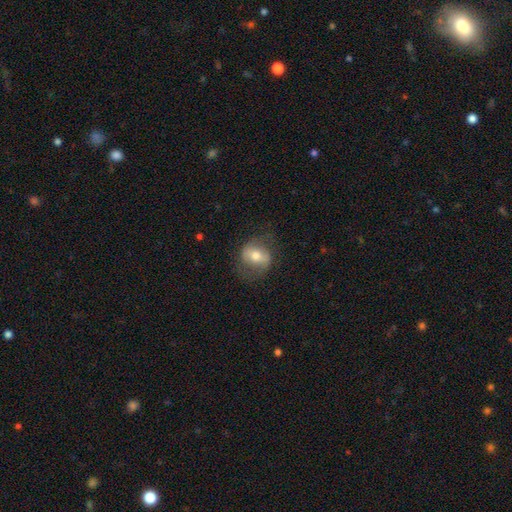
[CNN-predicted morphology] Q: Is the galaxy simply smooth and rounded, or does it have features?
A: smooth — 48%.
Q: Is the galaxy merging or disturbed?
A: none — 70%.